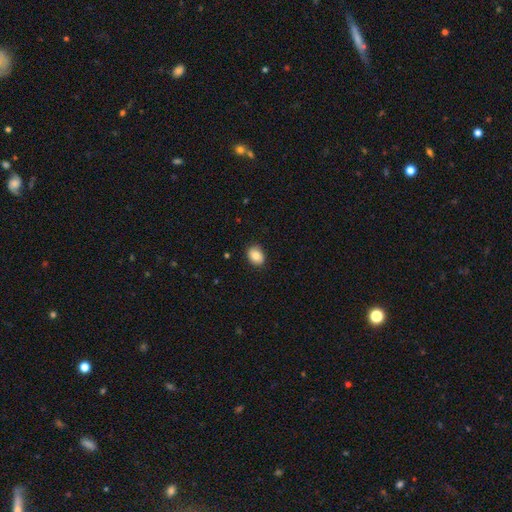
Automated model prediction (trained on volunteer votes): Q: Smooth or featured?
A: smooth (83%); runner-up: featured or disk (9%)
Q: How rounded?
A: in between (60%); runner-up: round (39%)
Q: Merging?
A: none (87%); runner-up: minor disturbance (10%)